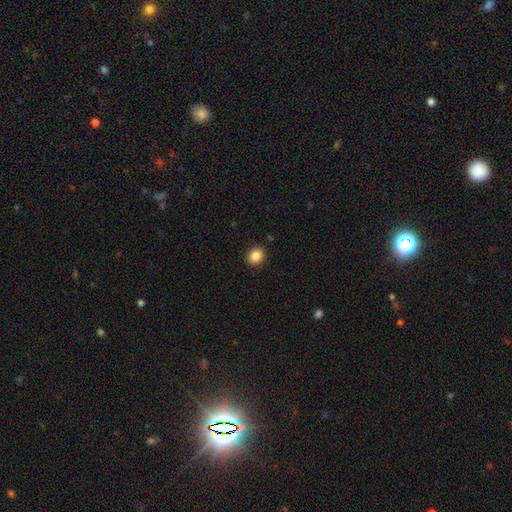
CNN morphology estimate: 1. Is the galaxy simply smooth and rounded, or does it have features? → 85% smooth, 10% star or artifact, 5% featured or disk.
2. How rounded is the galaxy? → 72% round, 27% in between, 1% cigar-shaped.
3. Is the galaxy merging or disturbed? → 91% none, 6% minor disturbance, 2% major disturbance, 1% merger.